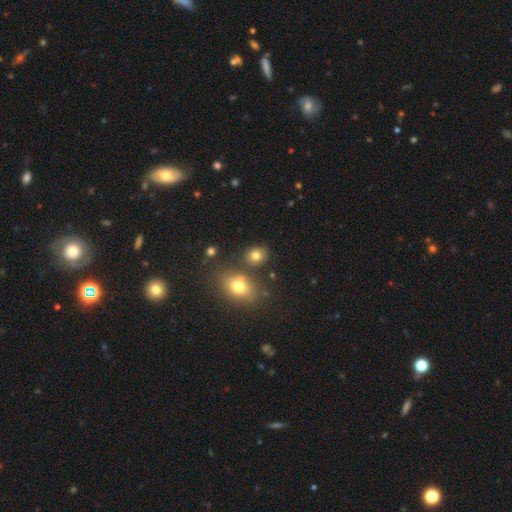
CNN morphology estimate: smooth-or-featured: smooth: 77% | star or artifact: 14% | featured or disk: 9%
  how-rounded: round: 51% | in between: 48% | cigar-shaped: 1%
  merging: none: 76% | merger: 10% | minor disturbance: 10% | major disturbance: 3%